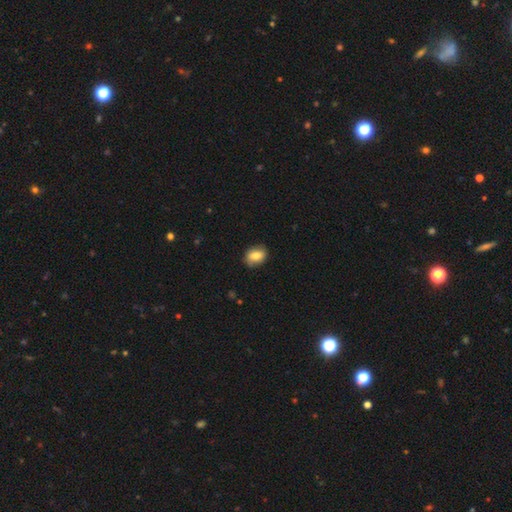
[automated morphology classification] Q: Smooth or featured?
A: smooth (78%); runner-up: featured or disk (15%)
Q: How rounded?
A: in between (66%); runner-up: round (33%)
Q: Merging?
A: none (82%); runner-up: minor disturbance (14%)